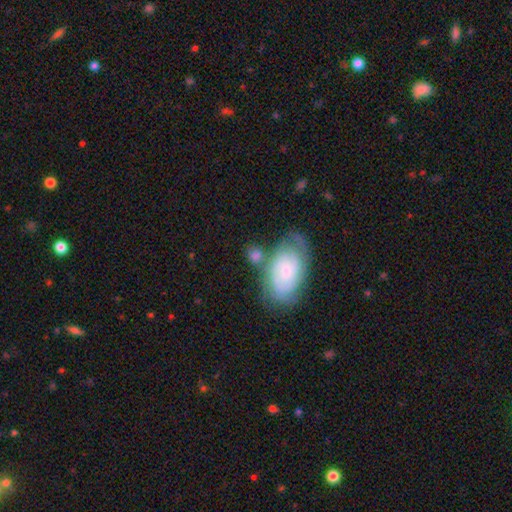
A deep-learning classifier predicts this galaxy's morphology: The model was most divided on "smooth or featured": smooth: 52%, featured or disk: 39%, star or artifact: 9%. More confident: how rounded — in between (58%); merging — none (52%).